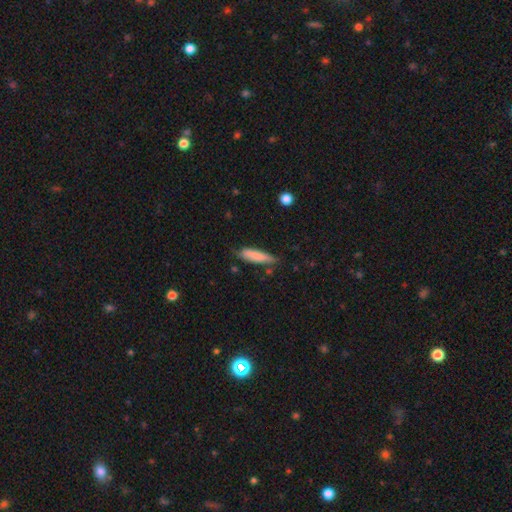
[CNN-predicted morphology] The model was most divided on "how rounded": cigar-shaped: 71%, in between: 28%, round: 2%. More confident: smooth or featured — smooth (82%); merging — none (70%).